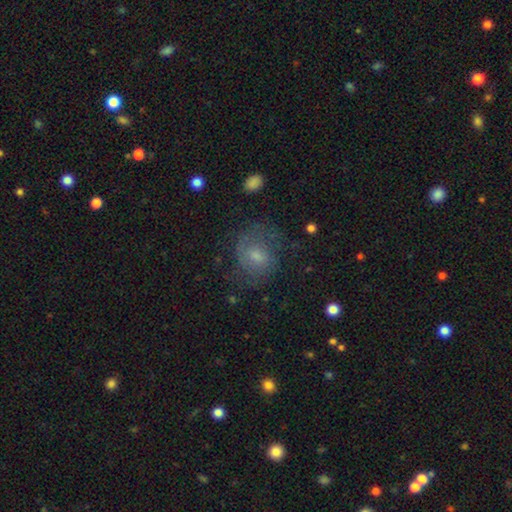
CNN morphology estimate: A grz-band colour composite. It shows a featured or disk galaxy (50%). Merging: none (58%).